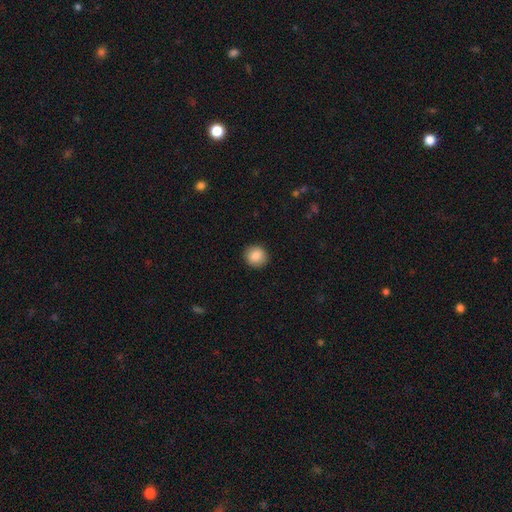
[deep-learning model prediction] A smooth galaxy with no disk features (86%) that is round (89%).

Vote fractions:
- Smooth or featured? smooth: 86% / star or artifact: 8% / featured or disk: 5%
- How rounded? round: 89% / in between: 10% / cigar-shaped: 1%
- Merging? none: 91% / minor disturbance: 6% / major disturbance: 2% / merger: 1%